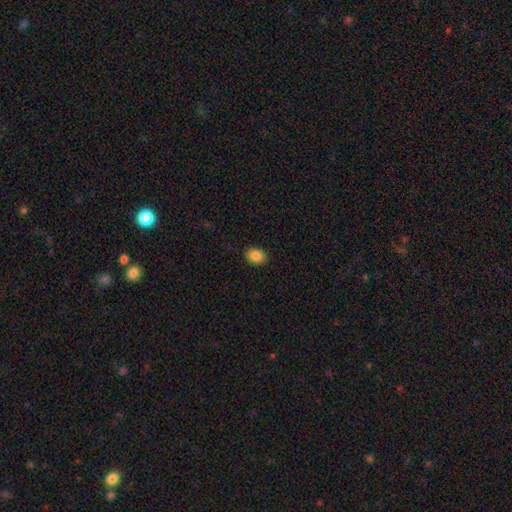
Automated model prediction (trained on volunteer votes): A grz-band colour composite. It shows a smooth galaxy with no disk features (87%) that is in between round and cigar-shaped (74%). Merging: none (87%).